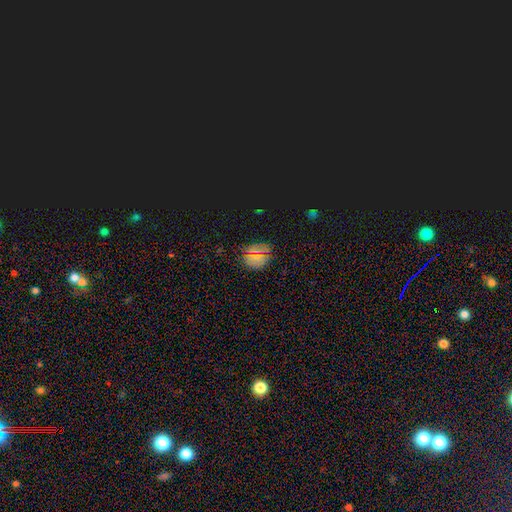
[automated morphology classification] smooth_or_featured: star or artifact (p=0.47) [alt: smooth p=0.42]